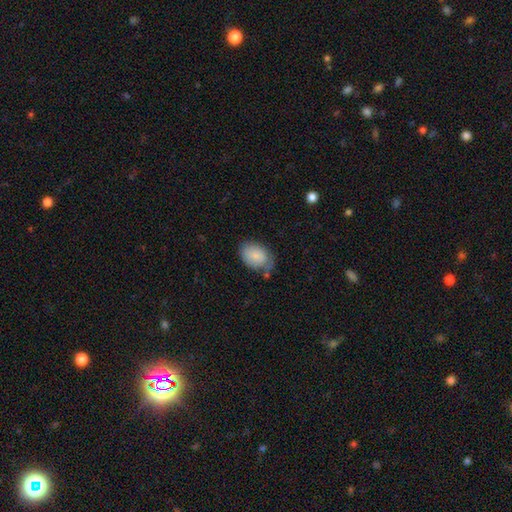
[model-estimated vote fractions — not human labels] Smooth or featured: smooth — 85% (featured or disk — 9%)
How rounded: in between — 82% (round — 17%)
Merging: none — 60% (minor disturbance — 27%)